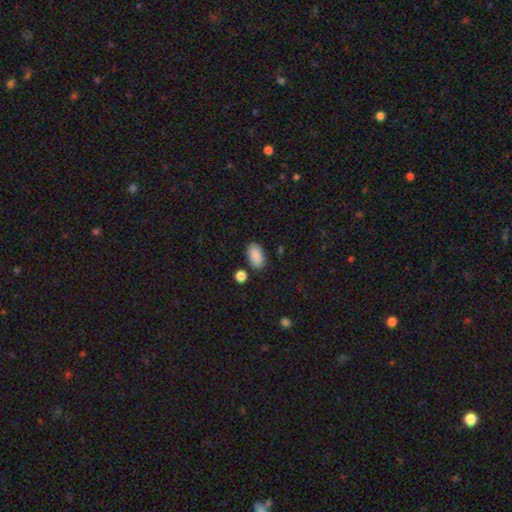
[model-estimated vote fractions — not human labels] A smooth galaxy with no disk features (89%) that is in between round and cigar-shaped (94%).

Vote fractions:
- Smooth or featured? smooth: 89% / star or artifact: 7% / featured or disk: 4%
- How rounded? in between: 94% / round: 4% / cigar-shaped: 2%
- Merging? none: 82% / minor disturbance: 11% / merger: 4% / major disturbance: 3%